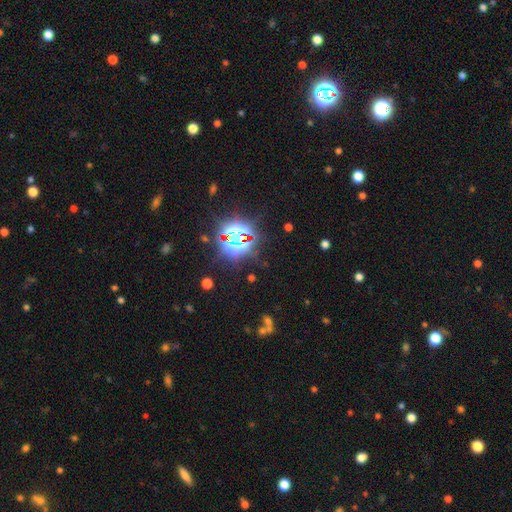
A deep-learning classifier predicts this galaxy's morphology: Smooth or featured? Predicted: star or artifact (p=0.82).